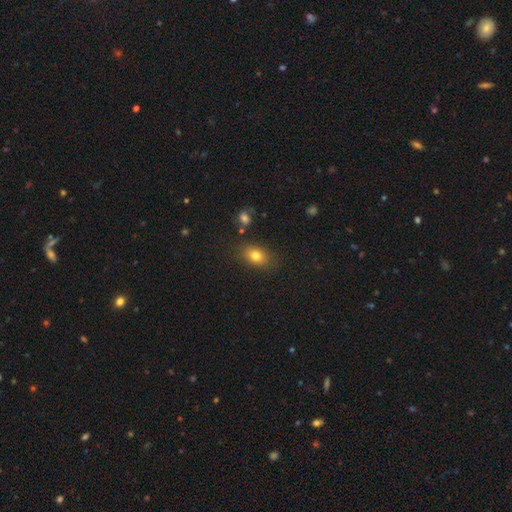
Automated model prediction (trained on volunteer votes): smooth_or_featured: smooth (p=0.79) [alt: star or artifact p=0.11]
how_rounded: in between (p=0.80) [alt: round p=0.17]
merging: none (p=0.81) [alt: minor disturbance p=0.12]